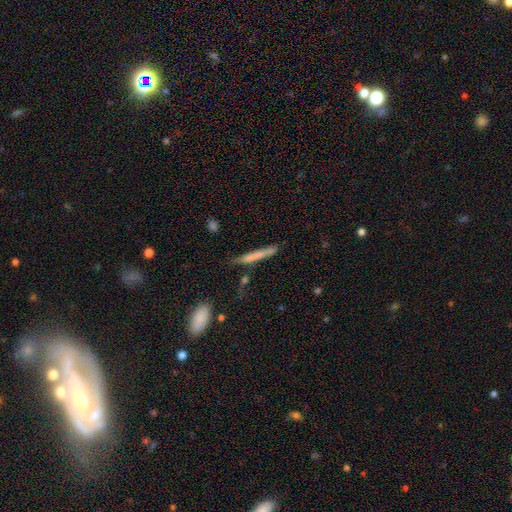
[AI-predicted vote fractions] Smooth or featured: smooth — 60% (featured or disk — 33%)
How rounded: cigar-shaped — 96% (in between — 3%)
Merging: none — 77% (minor disturbance — 16%)